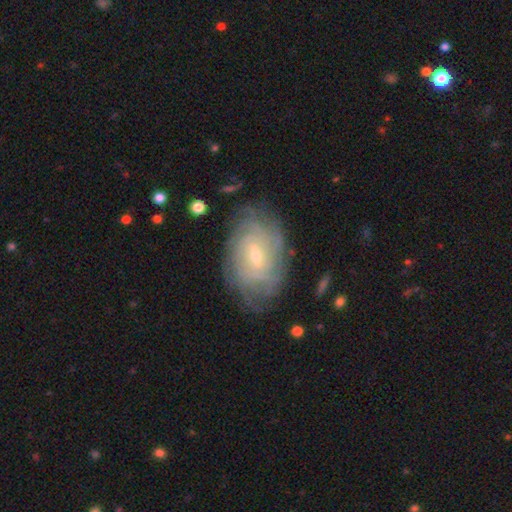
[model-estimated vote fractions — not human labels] Overall: featured or disk (80%). Edge-on disk: no (96%). Bar: weak (47%; no 43%). Spiral arms: yes (91%). Spiral arm count: can't tell (53%; 4 14%). Spiral winding: tight (73%). Bulge size: small (71%). Merging: none (77%).